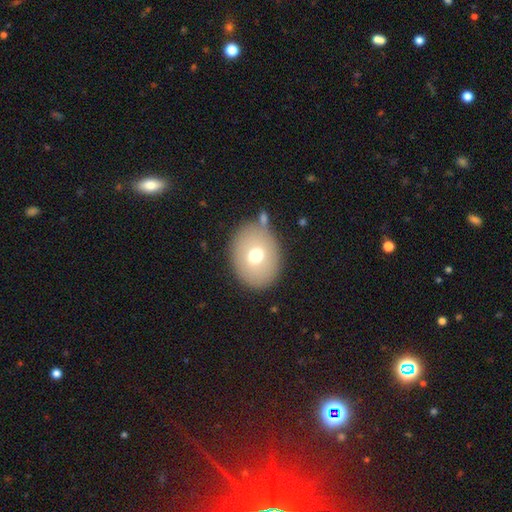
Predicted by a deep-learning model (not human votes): Smooth or featured? Predicted: smooth (p=0.69). How rounded? Predicted: in between (p=0.57). Merging? Predicted: none (p=0.77).